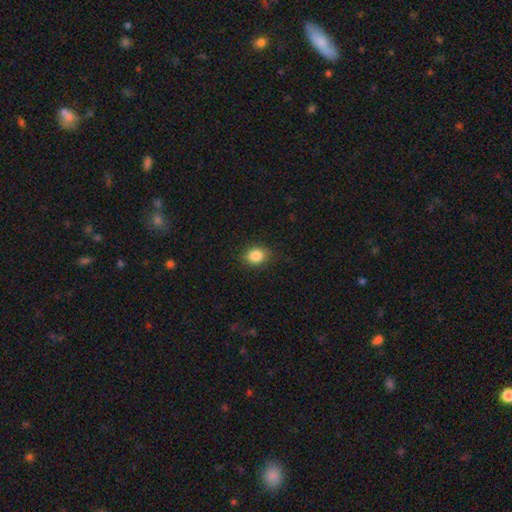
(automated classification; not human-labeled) smooth 86%, star or artifact 10%, featured or disk 5%. Down the decision tree: how rounded — round (52%); merging — none (85%).